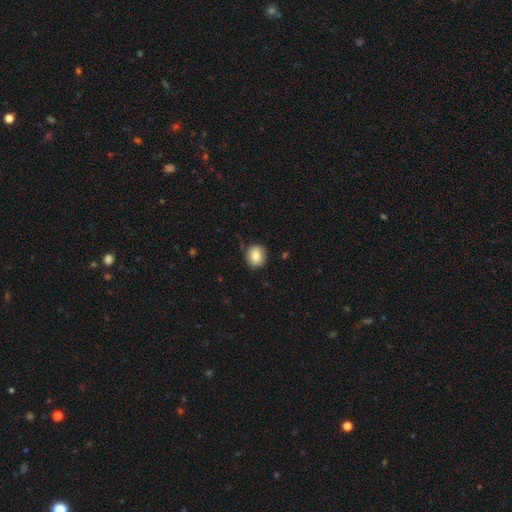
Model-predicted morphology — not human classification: smooth-or-featured: smooth: 83% | star or artifact: 9% | featured or disk: 8%
  how-rounded: round: 74% | in between: 25% | cigar-shaped: 1%
  merging: none: 85% | minor disturbance: 11% | major disturbance: 2% | merger: 1%